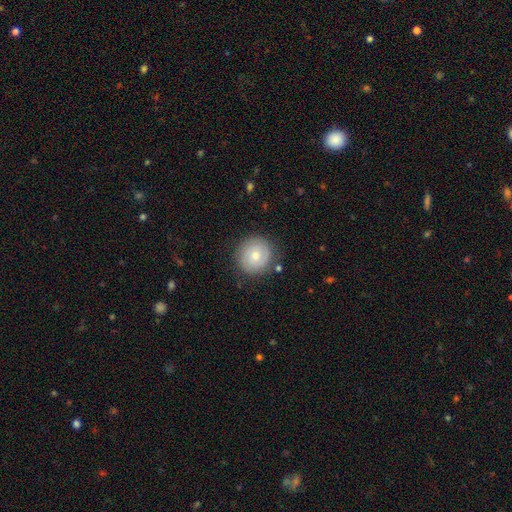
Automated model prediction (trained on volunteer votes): Overall: smooth (62%; featured or disk 31%). How rounded: round (93%). Merging: none (84%).